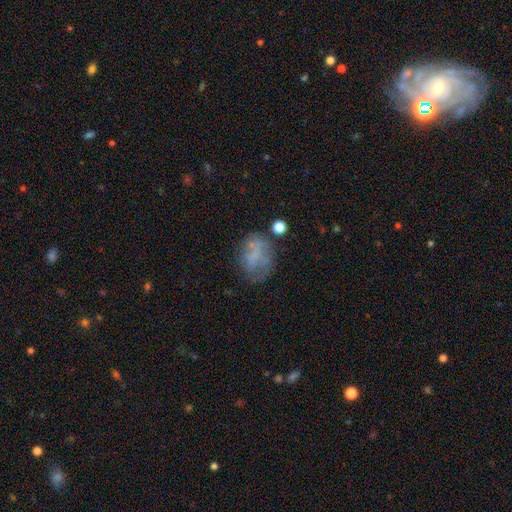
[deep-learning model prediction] smooth 54%, featured or disk 31%, star or artifact 15%. Down the decision tree: how rounded — in between (64%); merging — none (46%).